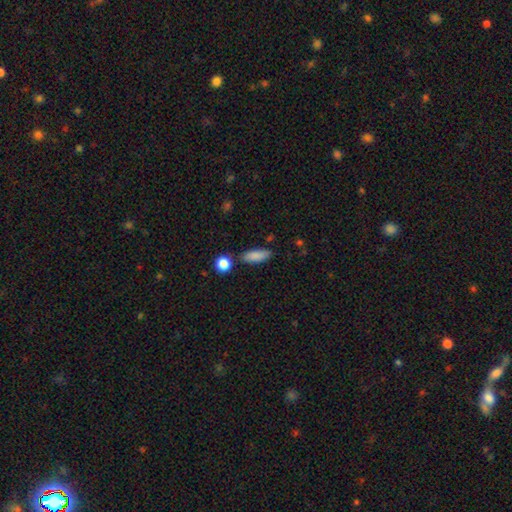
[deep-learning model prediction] This appears to be a smooth galaxy with no disk features (86%) that is in between round and cigar-shaped (70%). Merging: none (78%).